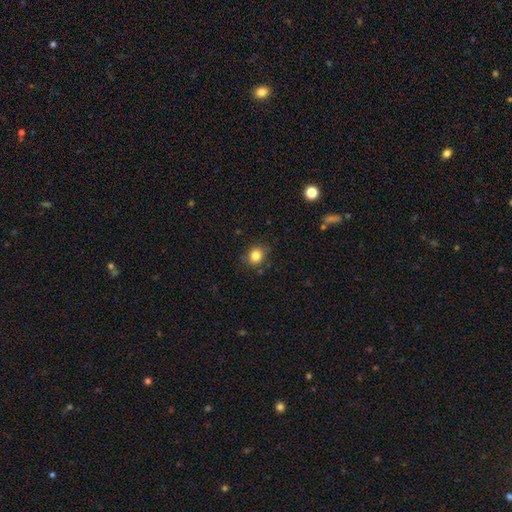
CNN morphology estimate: This appears to be a smooth galaxy with no disk features (83%) that is round (66%). Merging: none (81%).